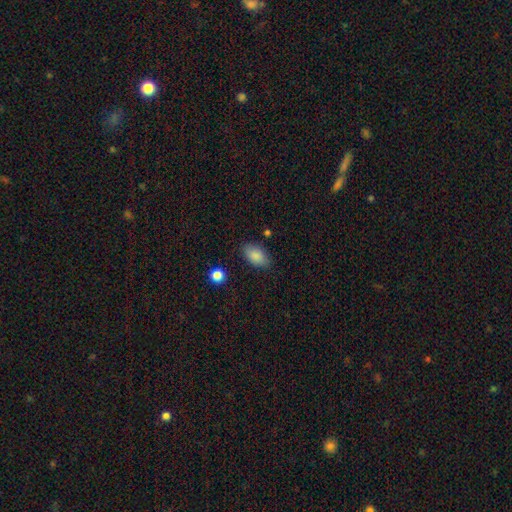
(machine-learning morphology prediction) smooth 88%, star or artifact 8%, featured or disk 5%. Down the decision tree: how rounded — in between (92%); merging — none (84%).